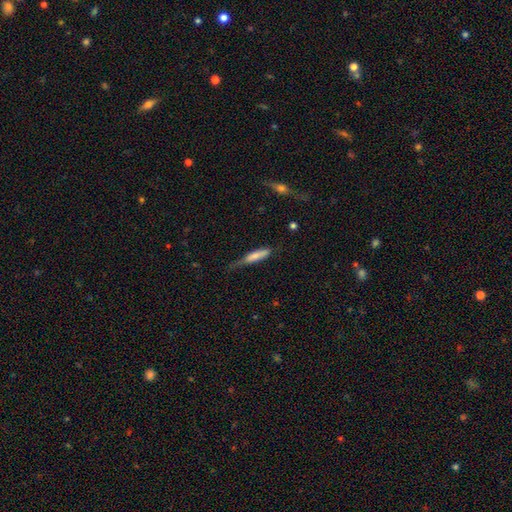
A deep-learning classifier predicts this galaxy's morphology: smooth 68%, featured or disk 26%, star or artifact 6%. Down the decision tree: how rounded — cigar-shaped (81%); merging — none (45%).